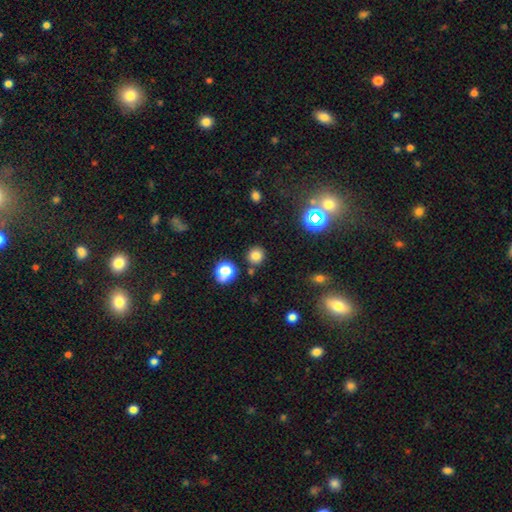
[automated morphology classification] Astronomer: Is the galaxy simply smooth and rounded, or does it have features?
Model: smooth — 78%.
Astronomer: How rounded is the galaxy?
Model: round — 91%.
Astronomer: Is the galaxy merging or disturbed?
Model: none — 85%.